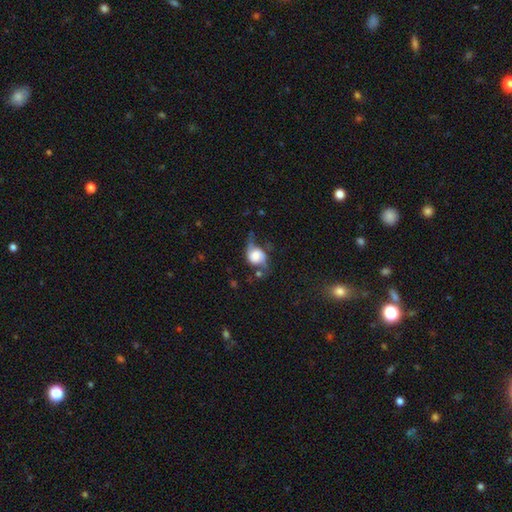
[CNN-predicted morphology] The model was most divided on "merging": major disturbance: 33%, none: 32%, minor disturbance: 29%, merger: 7%. More confident: edge-on disk — no (95%); smooth or featured — featured or disk (51%).